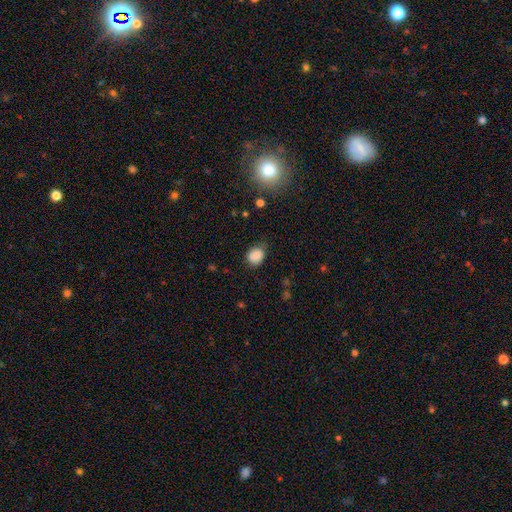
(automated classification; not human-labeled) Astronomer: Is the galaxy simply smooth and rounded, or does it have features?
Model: smooth — 86%.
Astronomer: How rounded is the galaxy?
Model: round — 55% (runner-up: in between, 44%).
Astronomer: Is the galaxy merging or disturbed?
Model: none — 71%.